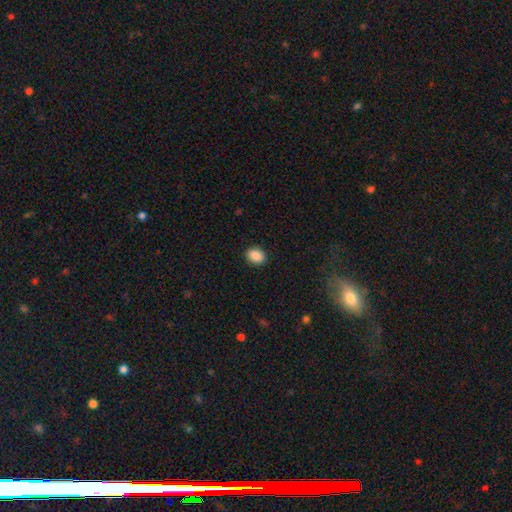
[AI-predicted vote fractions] This appears to be a smooth galaxy with no disk features (89%) that is in between round and cigar-shaped (57%). Merging: none (89%).